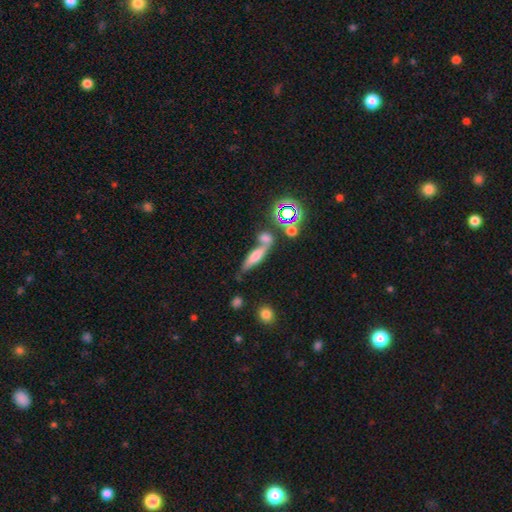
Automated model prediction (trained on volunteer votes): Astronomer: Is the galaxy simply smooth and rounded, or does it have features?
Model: smooth — 54% (runner-up: featured or disk, 31%).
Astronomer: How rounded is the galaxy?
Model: cigar-shaped — 63%.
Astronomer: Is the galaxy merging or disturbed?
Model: none — 43% (runner-up: merger, 36%).